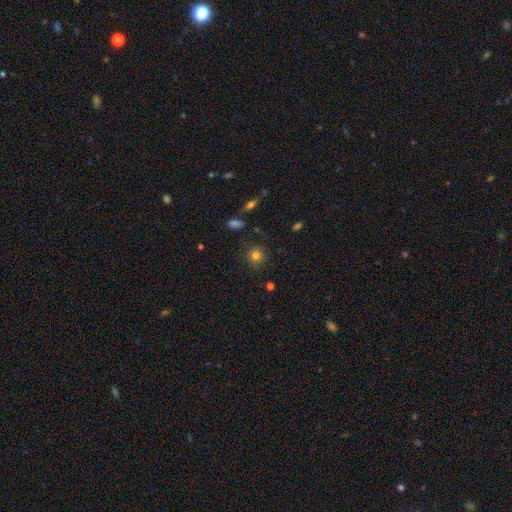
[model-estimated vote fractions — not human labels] Q: Smooth or featured?
A: smooth (79%); runner-up: star or artifact (13%)
Q: How rounded?
A: round (91%); runner-up: in between (8%)
Q: Merging?
A: none (87%); runner-up: minor disturbance (8%)